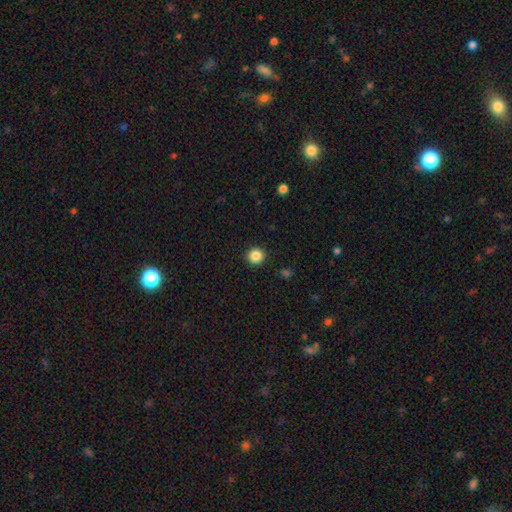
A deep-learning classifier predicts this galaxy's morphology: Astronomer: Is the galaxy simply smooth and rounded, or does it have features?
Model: smooth — 86%.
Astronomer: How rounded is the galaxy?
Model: round — 94%.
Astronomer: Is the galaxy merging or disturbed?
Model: none — 92%.